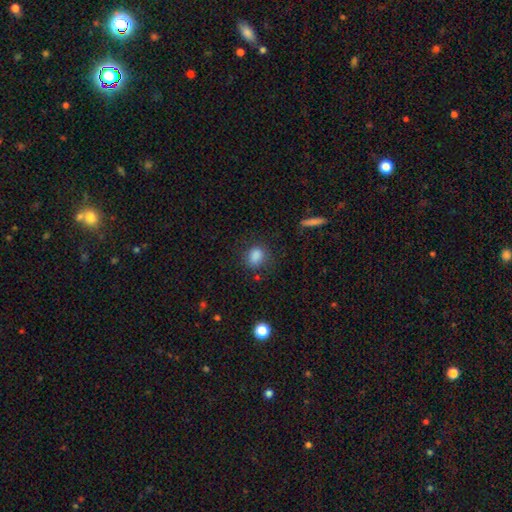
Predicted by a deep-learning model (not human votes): Smooth or featured: smooth — 85% (star or artifact — 10%)
How rounded: in between — 50% (round — 48%)
Merging: none — 77% (minor disturbance — 15%)